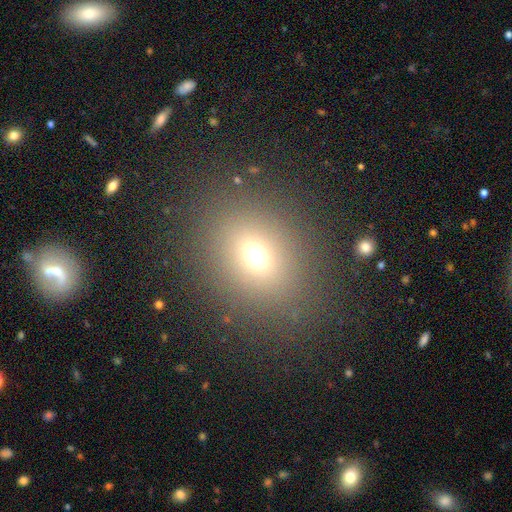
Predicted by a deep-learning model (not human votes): Smooth or featured: smooth — 67% (star or artifact — 23%)
How rounded: round — 59% (in between — 40%)
Merging: none — 82% (minor disturbance — 9%)